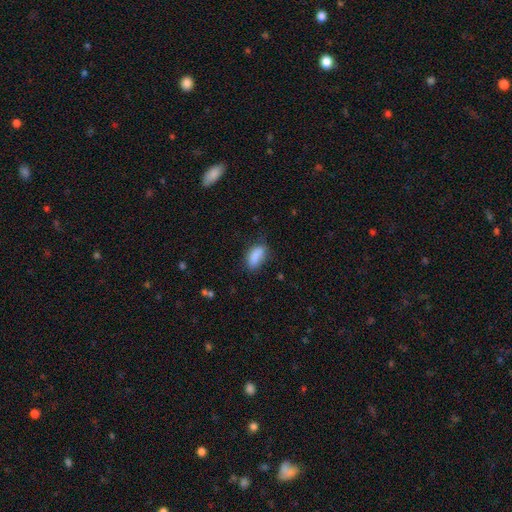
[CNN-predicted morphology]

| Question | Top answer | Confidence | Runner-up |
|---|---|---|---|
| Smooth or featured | smooth | 86% | star or artifact (8%) |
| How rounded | in between | 87% | cigar-shaped (9%) |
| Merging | none | 67% | minor disturbance (24%) |